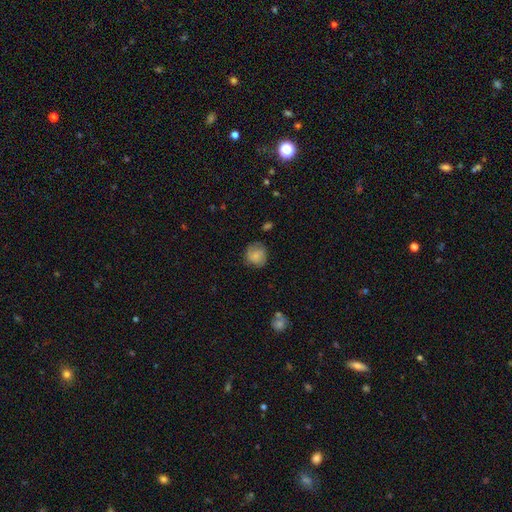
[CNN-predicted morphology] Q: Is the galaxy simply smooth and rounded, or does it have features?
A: smooth — 68%.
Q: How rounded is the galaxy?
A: round — 80%.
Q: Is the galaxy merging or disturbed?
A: none — 69%.